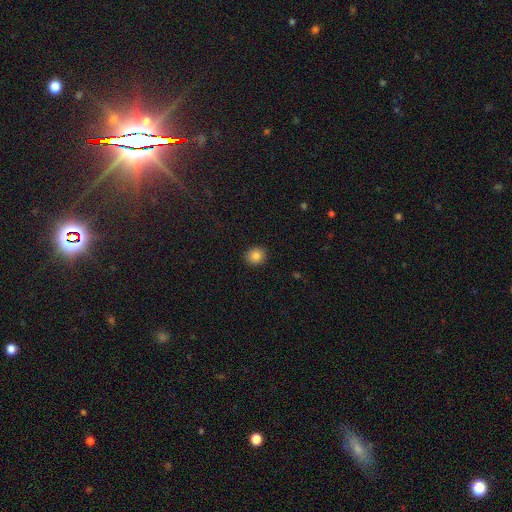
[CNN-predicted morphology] The model was most divided on "how rounded": round: 80%, in between: 19%, cigar-shaped: 1%. More confident: merging — none (91%); smooth or featured — smooth (85%).